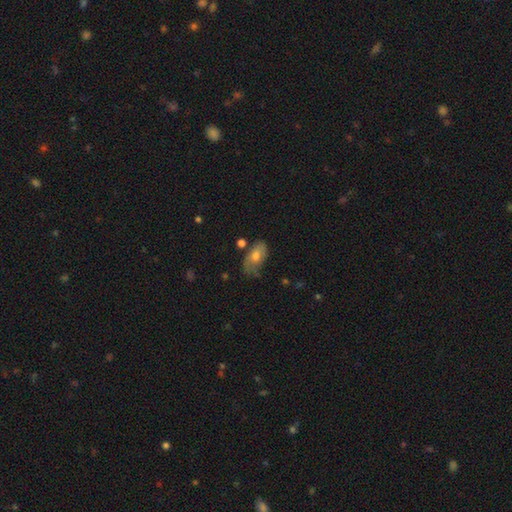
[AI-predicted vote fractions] A smooth galaxy with no disk features (62%) that is in between round and cigar-shaped (90%). Merging: none (55%).